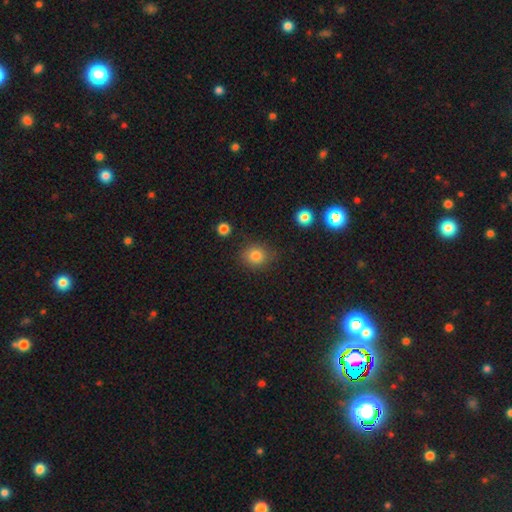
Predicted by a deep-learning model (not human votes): smooth-or-featured: smooth: 83% | star or artifact: 11% | featured or disk: 6%
  how-rounded: round: 73% | in between: 26% | cigar-shaped: 1%
  merging: none: 82% | minor disturbance: 12% | major disturbance: 4% | merger: 2%